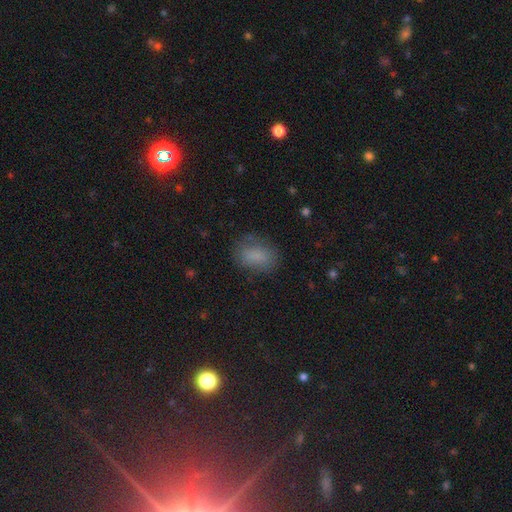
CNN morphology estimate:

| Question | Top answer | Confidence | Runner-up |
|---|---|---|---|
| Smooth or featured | smooth | 80% | star or artifact (11%) |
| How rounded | in between | 84% | round (14%) |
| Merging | none | 71% | minor disturbance (20%) |